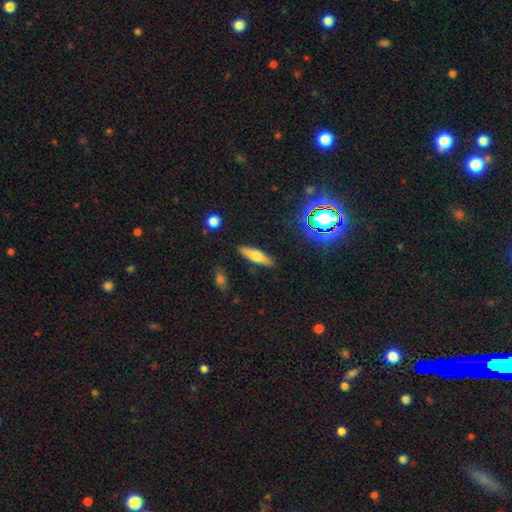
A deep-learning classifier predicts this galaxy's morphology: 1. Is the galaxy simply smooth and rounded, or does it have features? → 61% smooth, 29% featured or disk, 9% star or artifact.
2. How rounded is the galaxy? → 64% cigar-shaped, 33% in between, 2% round.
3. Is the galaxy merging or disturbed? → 87% none, 9% minor disturbance, 2% major disturbance, 2% merger.